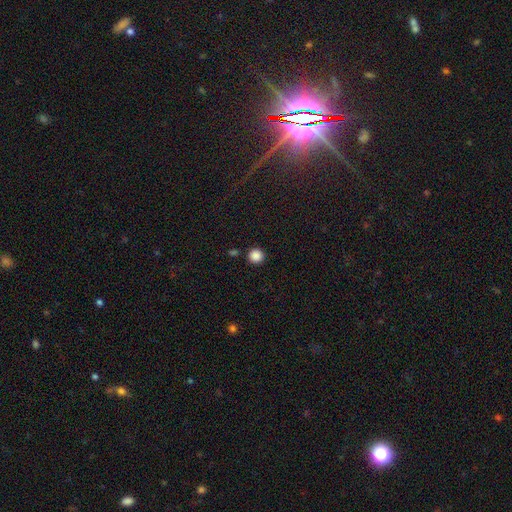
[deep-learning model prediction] Morphology: type=smooth (87%); roundness=round (95%); merging=none (89%).